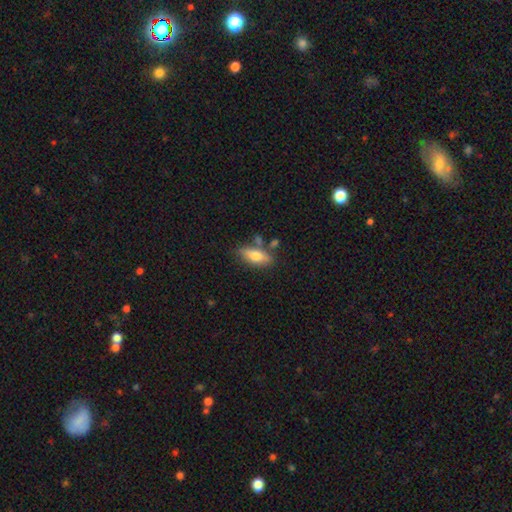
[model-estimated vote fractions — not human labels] smooth-or-featured: smooth: 74% | featured or disk: 20% | star or artifact: 7%
  how-rounded: in between: 79% | cigar-shaped: 18% | round: 3%
  merging: none: 67% | minor disturbance: 17% | merger: 12% | major disturbance: 4%